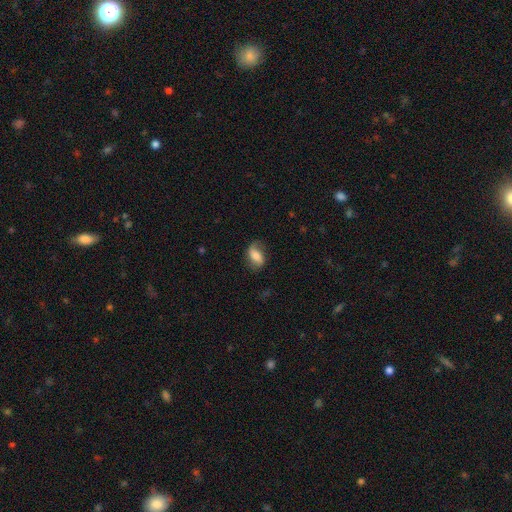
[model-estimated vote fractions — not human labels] Morphology: type=smooth (60%); roundness=in between (85%); merging=none (65%).